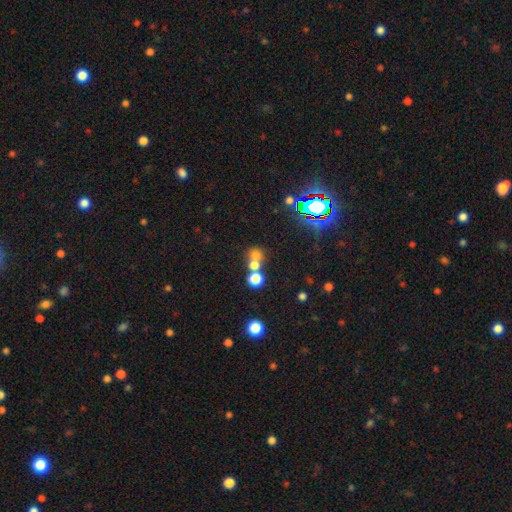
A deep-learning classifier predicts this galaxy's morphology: Smooth or featured? Predicted: smooth (p=0.65). How rounded? Predicted: round (p=0.78). Merging? Predicted: merger (p=0.47).